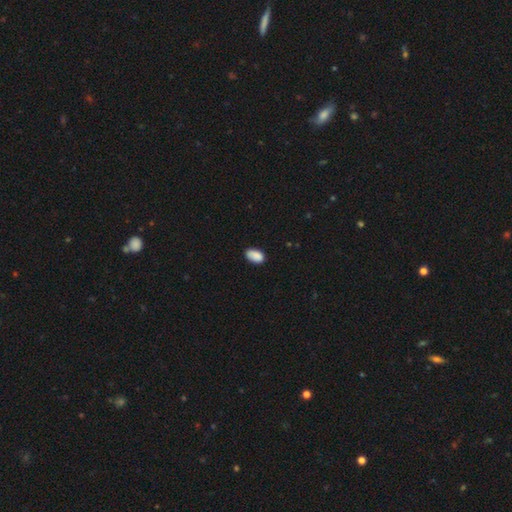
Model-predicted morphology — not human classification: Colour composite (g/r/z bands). It shows a smooth galaxy with no disk features (88%) that is in between round and cigar-shaped (91%). Merging: none (77%).